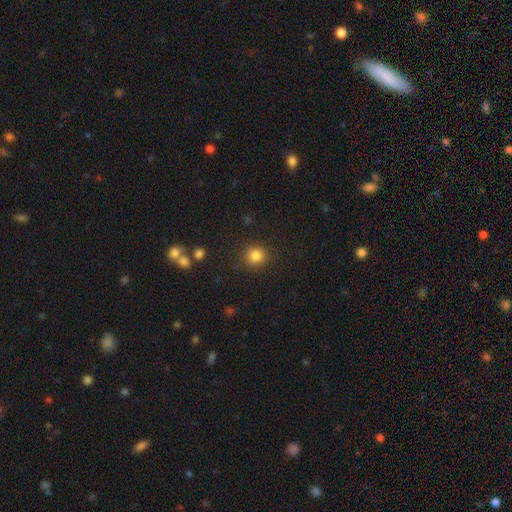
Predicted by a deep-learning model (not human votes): This is clearly a smooth galaxy (84%). How rounded: clearly round (86%). Merging: clearly none (85%).